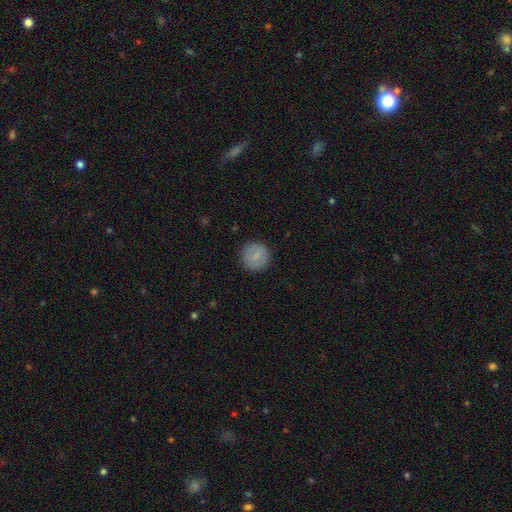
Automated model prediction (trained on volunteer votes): Smooth or featured? Predicted: smooth (p=0.78). How rounded? Predicted: round (p=0.94). Merging? Predicted: none (p=0.89).